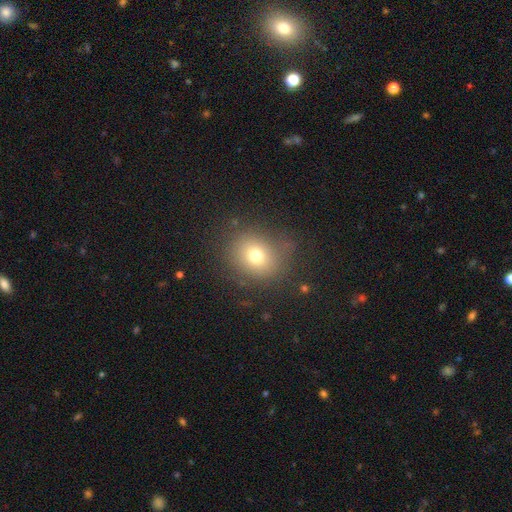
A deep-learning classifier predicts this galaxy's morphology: Smooth or featured: smooth — 72% (star or artifact — 15%)
How rounded: round — 70% (in between — 29%)
Merging: none — 76% (minor disturbance — 15%)